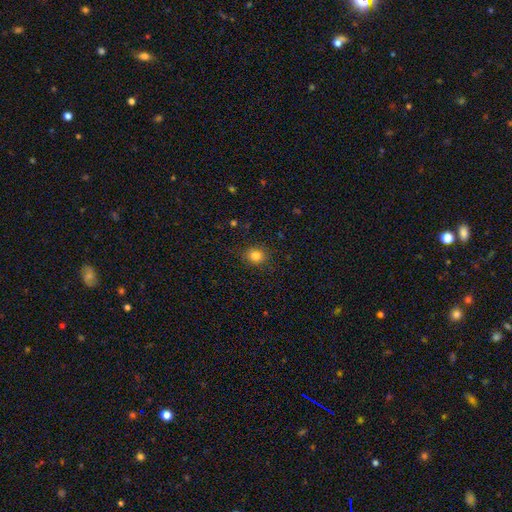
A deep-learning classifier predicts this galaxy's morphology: The model was most divided on "how rounded": round: 75%, in between: 24%, cigar-shaped: 1%. More confident: merging — none (88%); smooth or featured — smooth (83%).